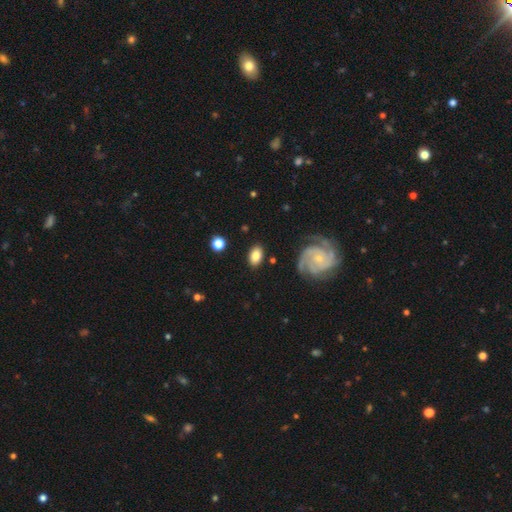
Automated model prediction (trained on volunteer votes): This is likely a smooth galaxy (74%). How rounded: clearly in between (87%). Merging: clearly none (83%).